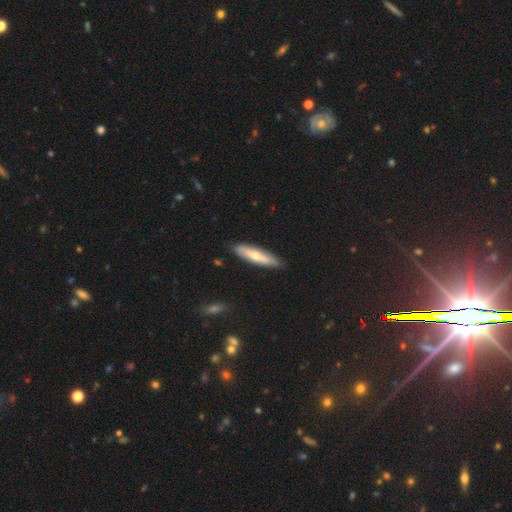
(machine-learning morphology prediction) This is possibly a smooth galaxy (57%). How rounded: likely cigar-shaped (75%). Merging: clearly none (85%).